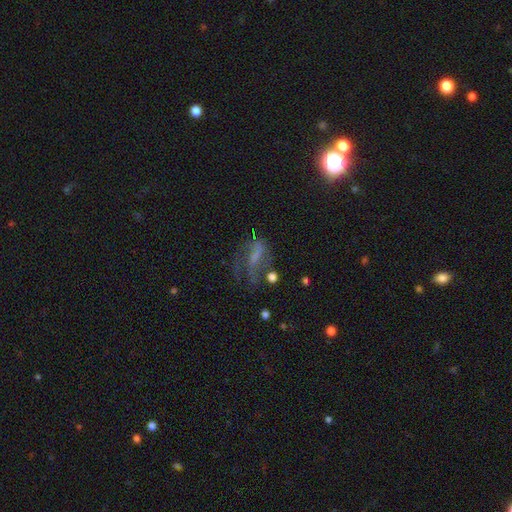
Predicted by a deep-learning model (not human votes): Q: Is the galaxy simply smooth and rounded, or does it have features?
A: featured or disk — 51%.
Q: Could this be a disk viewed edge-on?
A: no — 91%.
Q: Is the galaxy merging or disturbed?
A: major disturbance — 37%.